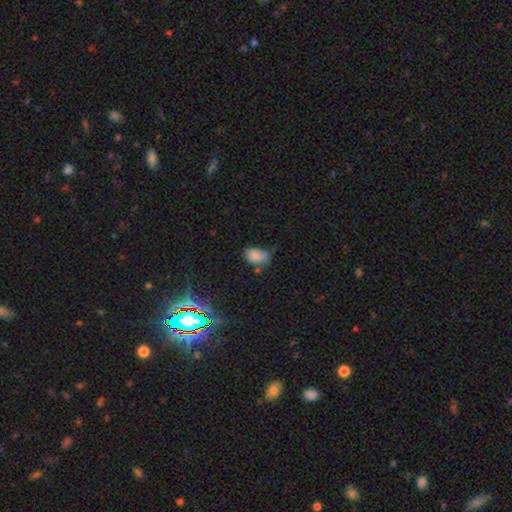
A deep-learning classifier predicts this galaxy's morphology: Smooth or featured? Predicted: smooth (p=0.74). How rounded? Predicted: in between (p=0.84). Merging? Predicted: none (p=0.42).